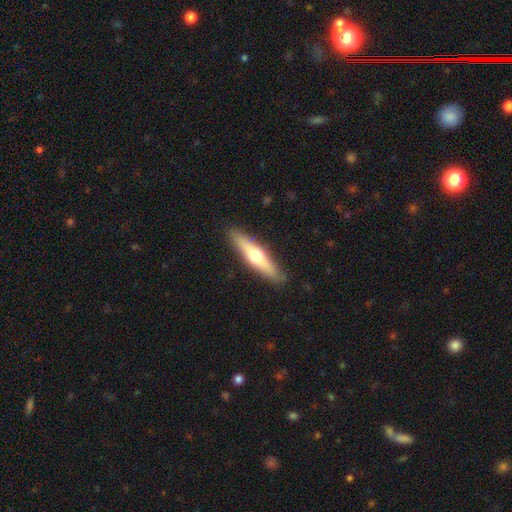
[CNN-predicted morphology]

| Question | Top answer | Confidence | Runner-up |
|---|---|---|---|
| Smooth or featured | featured or disk | 50% | smooth (44%) |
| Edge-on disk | yes | 92% | no (8%) |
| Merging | none | 88% | minor disturbance (9%) |